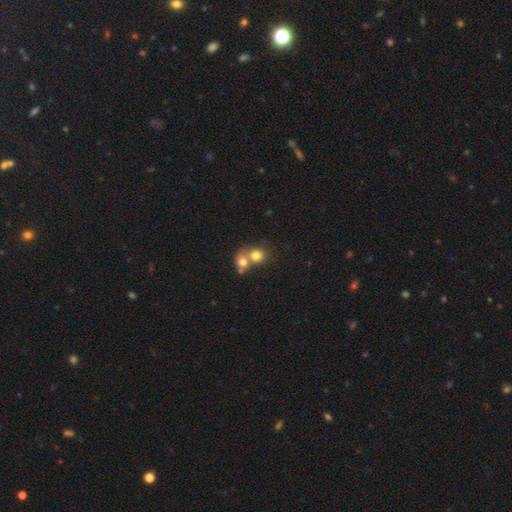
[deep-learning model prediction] Smooth or featured? smooth (75%)
How rounded? round (71%)
Merging? merger (66%)